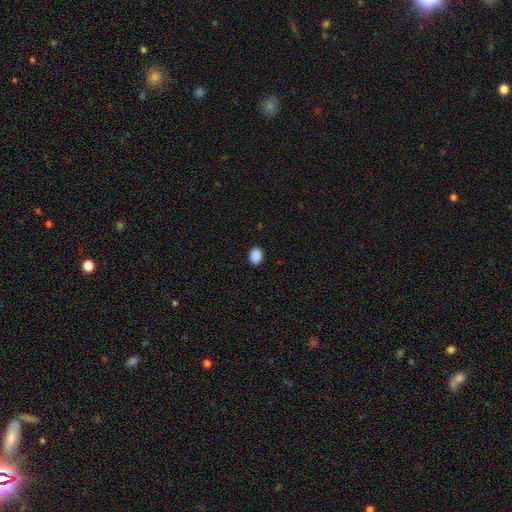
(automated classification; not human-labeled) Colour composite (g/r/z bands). It shows a smooth galaxy with no disk features (90%) that is in between round and cigar-shaped (69%). Merging: none (90%).